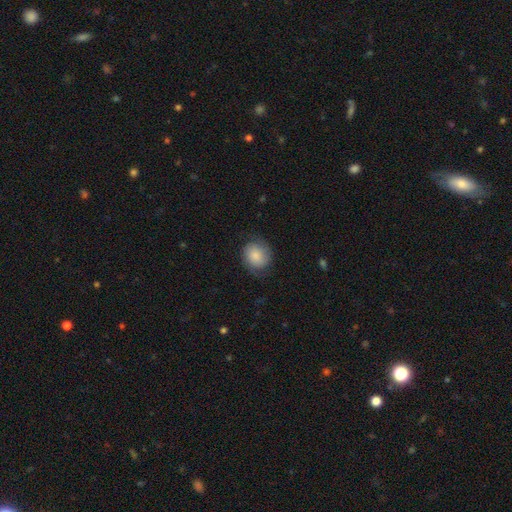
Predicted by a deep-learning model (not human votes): smooth 75%, featured or disk 18%, star or artifact 7%. Down the decision tree: how rounded — round (71%); merging — none (72%).